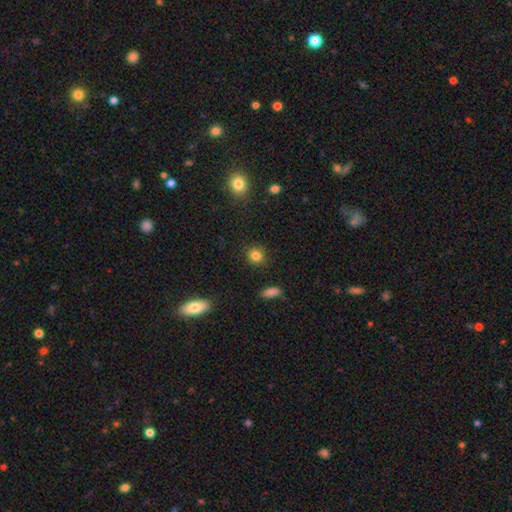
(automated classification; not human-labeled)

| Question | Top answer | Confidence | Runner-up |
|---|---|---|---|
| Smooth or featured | smooth | 84% | star or artifact (11%) |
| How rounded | round | 87% | in between (12%) |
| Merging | none | 89% | minor disturbance (7%) |